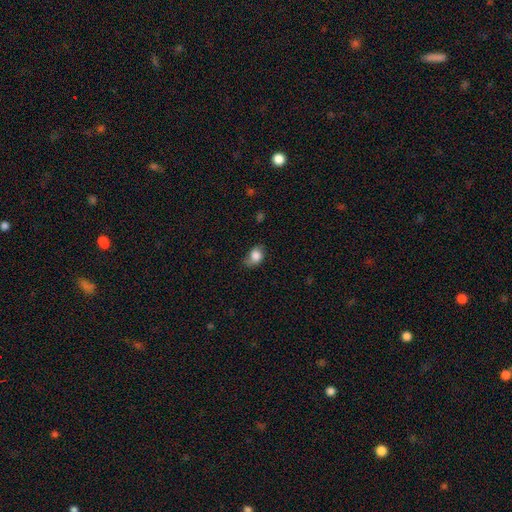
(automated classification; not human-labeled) smooth 82%, featured or disk 10%, star or artifact 9%. Down the decision tree: how rounded — in between (59%); merging — none (50%).